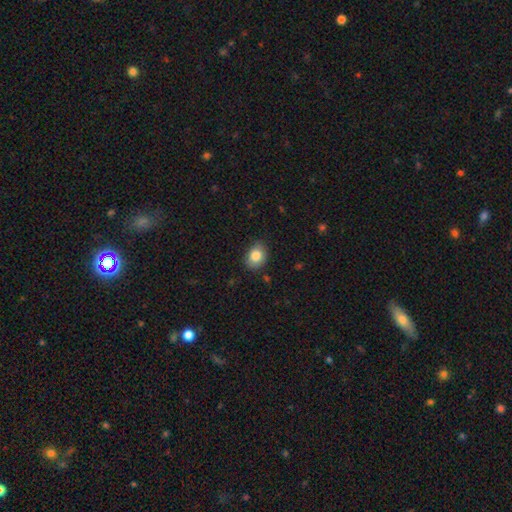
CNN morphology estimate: Smooth or featured? smooth (84%)
How rounded? in between (64%)
Merging? none (80%)